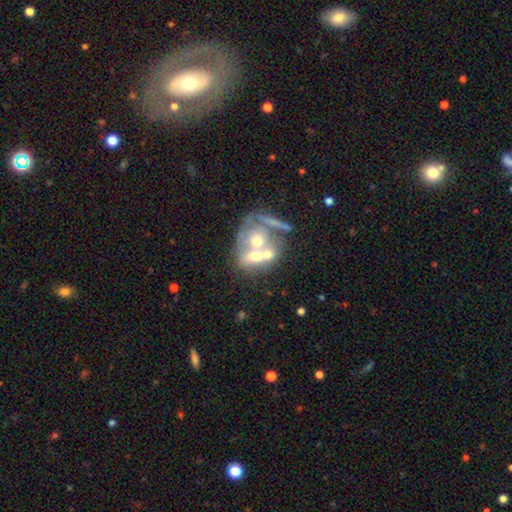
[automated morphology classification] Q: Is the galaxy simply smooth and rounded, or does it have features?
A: featured or disk — 45%.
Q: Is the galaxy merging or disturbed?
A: merger — 65%.